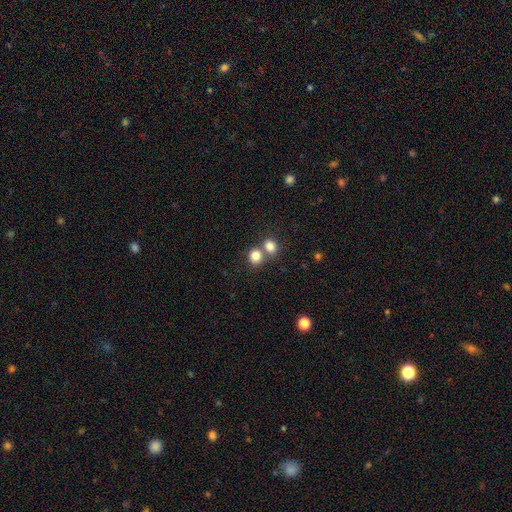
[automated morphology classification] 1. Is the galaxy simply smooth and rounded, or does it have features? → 82% smooth, 11% star or artifact, 7% featured or disk.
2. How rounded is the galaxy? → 74% round, 25% in between, 1% cigar-shaped.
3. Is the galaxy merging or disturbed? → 46% merger, 45% none, 6% minor disturbance, 3% major disturbance.